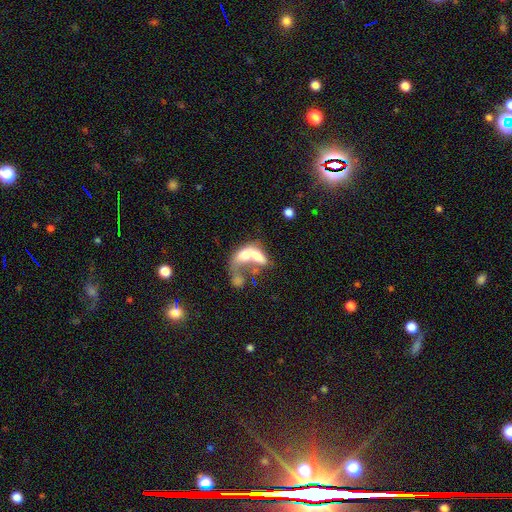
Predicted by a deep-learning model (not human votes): Overall: smooth (55%; featured or disk 36%). How rounded: in between (79%). Merging: merger (73%).